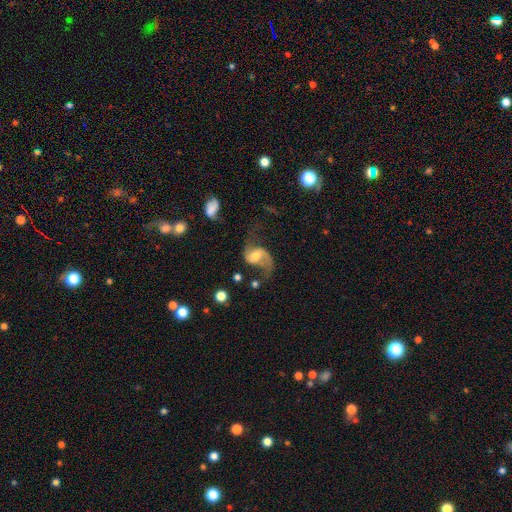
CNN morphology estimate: Smooth or featured?
  - featured or disk: 85% *
  - smooth: 9%
  - star or artifact: 6%
Edge-on disk?
  - no: 98% *
  - yes: 2%
Bar?
  - no: 48% *
  - weak: 40%
  - strong: 12%
Spiral arms?
  - yes: 95% *
  - no: 5%
Spiral winding?
  - loose: 68% *
  - medium: 27%
  - tight: 5%
Spiral arm count?
  - 2: 87% *
  - 1: 8%
  - can't tell: 2%
  - 3: 1%
  - 4: 1%
  - more than 4: 1%
Bulge size?
  - moderate: 57% *
  - small: 24%
  - large: 13%
  - none: 5%
  - dominant: 2%
Merging?
  - none: 55% *
  - major disturbance: 23%
  - minor disturbance: 18%
  - merger: 5%